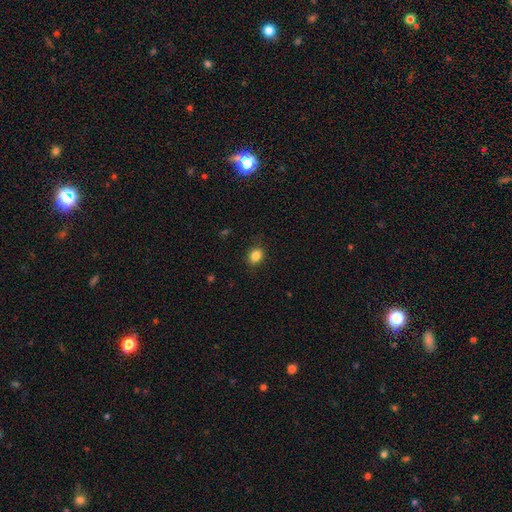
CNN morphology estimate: Smooth or featured? smooth (84%)
How rounded? round (53%)
Merging? none (86%)